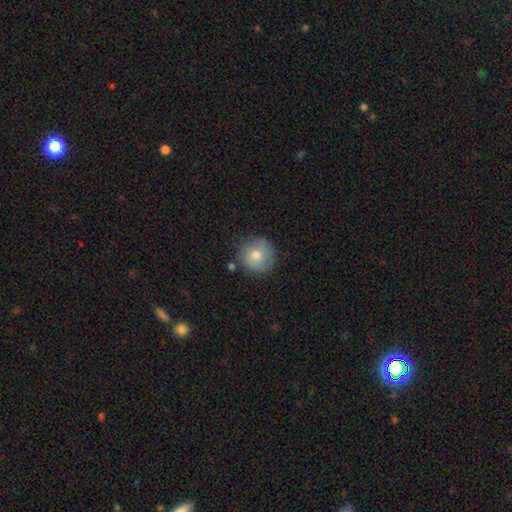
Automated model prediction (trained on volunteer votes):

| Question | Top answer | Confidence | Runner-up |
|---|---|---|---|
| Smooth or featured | smooth | 73% | featured or disk (18%) |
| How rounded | round | 94% | in between (5%) |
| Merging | none | 80% | minor disturbance (13%) |